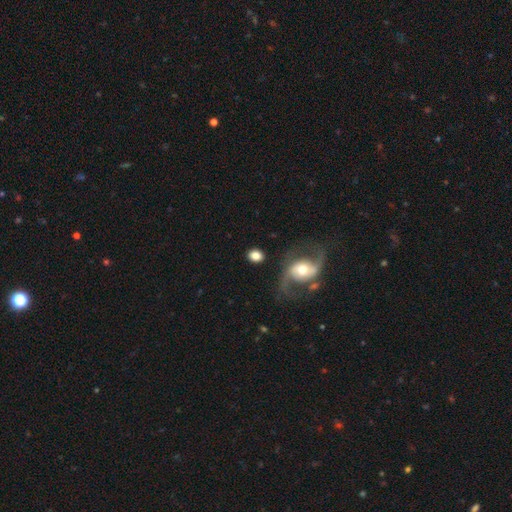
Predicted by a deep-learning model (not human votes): Smooth or featured: smooth — 73% (featured or disk — 20%)
How rounded: in between — 52% (round — 46%)
Merging: none — 79% (minor disturbance — 10%)